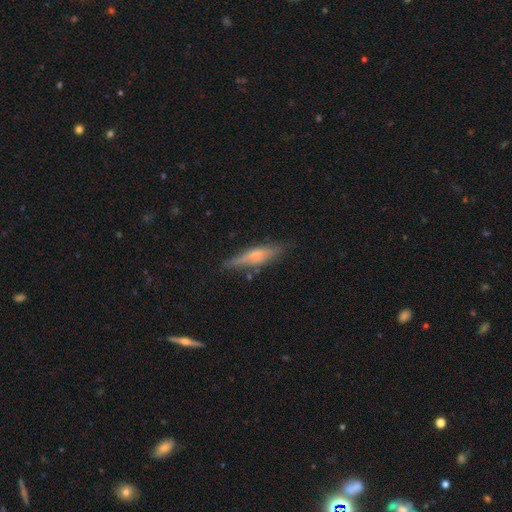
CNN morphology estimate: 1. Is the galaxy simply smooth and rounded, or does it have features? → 52% featured or disk, 40% smooth, 8% star or artifact.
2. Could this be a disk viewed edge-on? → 92% yes, 8% no.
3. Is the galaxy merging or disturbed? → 77% none, 16% minor disturbance, 4% major disturbance, 3% merger.